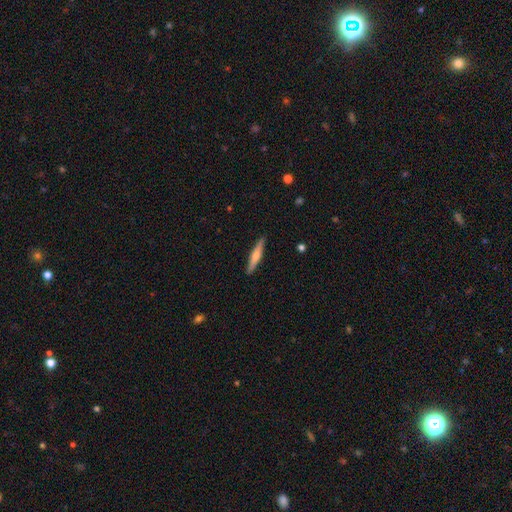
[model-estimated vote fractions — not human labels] smooth-or-featured: smooth: 47% (tied) | featured or disk: 47% (tied) | star or artifact: 5%
  merging: none: 91% | minor disturbance: 7% | major disturbance: 1% | merger: 1%